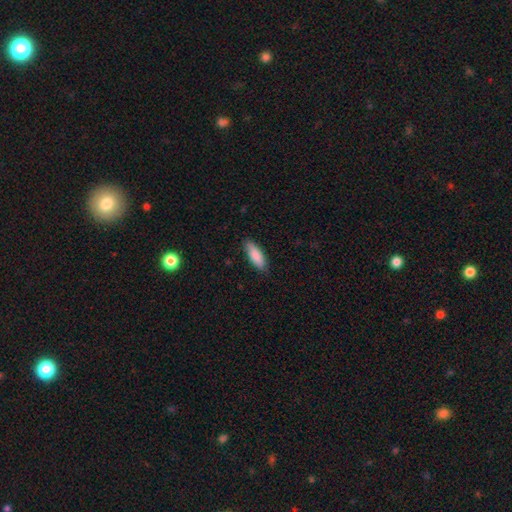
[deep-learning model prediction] Smooth or featured?
  - smooth: 87% *
  - featured or disk: 7%
  - star or artifact: 6%
How rounded?
  - in between: 66% *
  - cigar-shaped: 33%
  - round: 2%
Merging?
  - none: 84% *
  - minor disturbance: 13%
  - major disturbance: 2%
  - merger: 1%